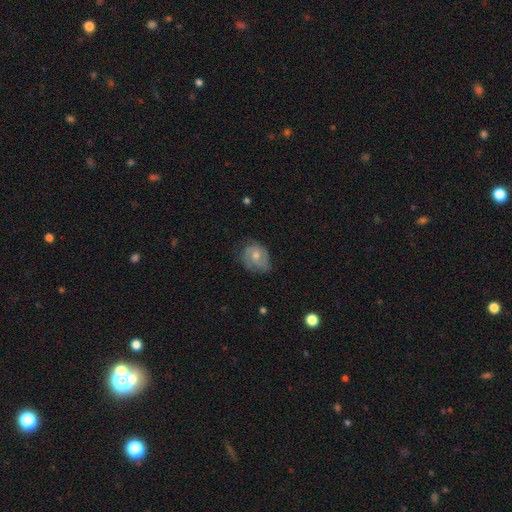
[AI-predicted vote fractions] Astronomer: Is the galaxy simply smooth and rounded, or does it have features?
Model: featured or disk — 62%.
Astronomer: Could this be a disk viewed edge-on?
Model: no — 97%.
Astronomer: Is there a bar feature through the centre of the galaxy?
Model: no — 77%.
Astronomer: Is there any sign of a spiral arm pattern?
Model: yes — 83%.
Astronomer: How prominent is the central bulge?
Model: moderate — 61%.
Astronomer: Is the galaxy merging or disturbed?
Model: none — 59%.